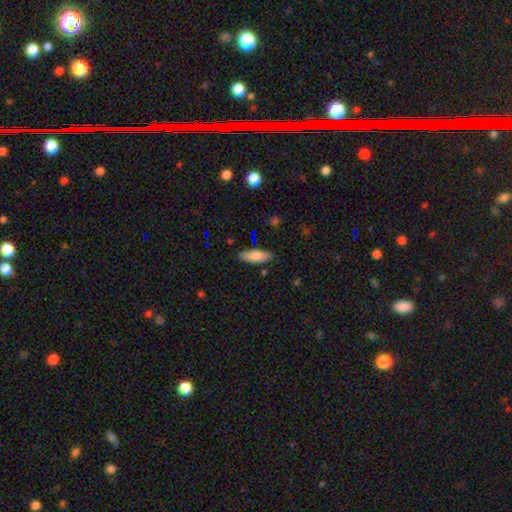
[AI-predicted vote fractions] Smooth or featured: smooth — 81% (featured or disk — 11%)
How rounded: in between — 66% (cigar-shaped — 32%)
Merging: none — 85% (minor disturbance — 11%)